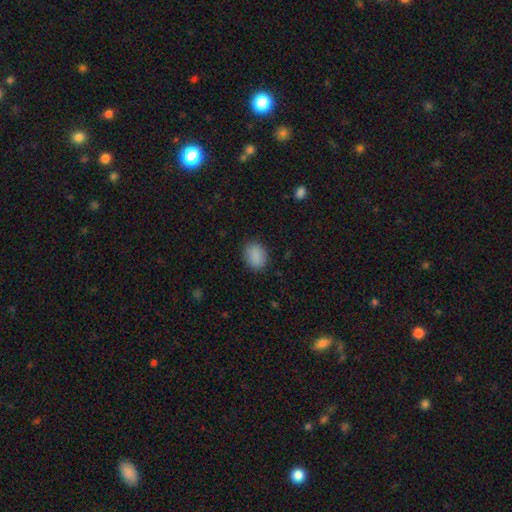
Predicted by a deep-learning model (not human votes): A smooth galaxy with no disk features (88%) that is in between round and cigar-shaped (59%).

Vote fractions:
- Smooth or featured? smooth: 88% / star or artifact: 8% / featured or disk: 4%
- How rounded? in between: 59% / round: 40% / cigar-shaped: 1%
- Merging? none: 86% / minor disturbance: 10% / major disturbance: 3% / merger: 1%